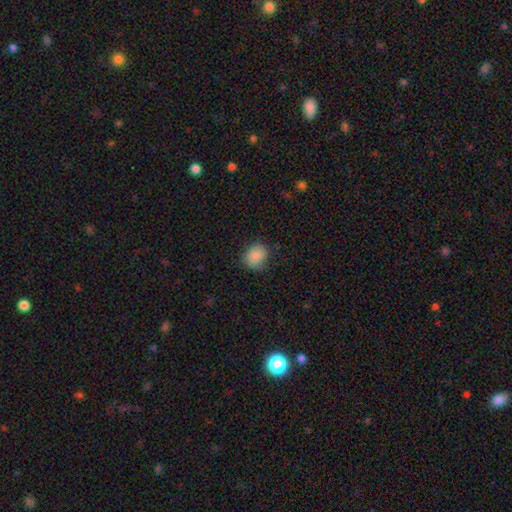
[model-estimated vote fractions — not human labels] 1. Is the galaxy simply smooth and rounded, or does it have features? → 86% smooth, 9% star or artifact, 6% featured or disk.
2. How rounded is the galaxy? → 69% round, 30% in between, 1% cigar-shaped.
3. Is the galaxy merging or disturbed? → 74% none, 20% minor disturbance, 5% major disturbance, 1% merger.